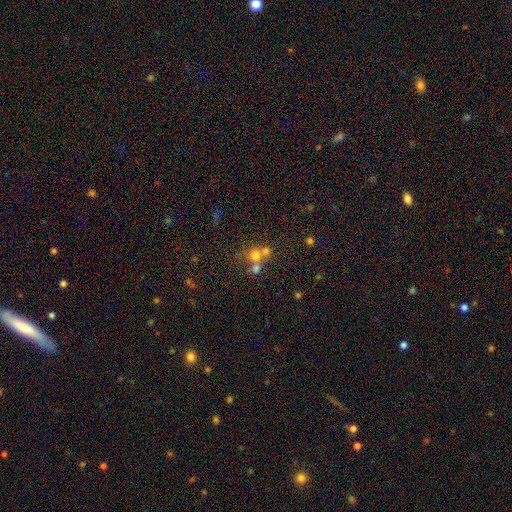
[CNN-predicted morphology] Smooth or featured: smooth — 61% (featured or disk — 20%)
How rounded: round — 81% (in between — 18%)
Merging: merger — 52% (none — 36%)